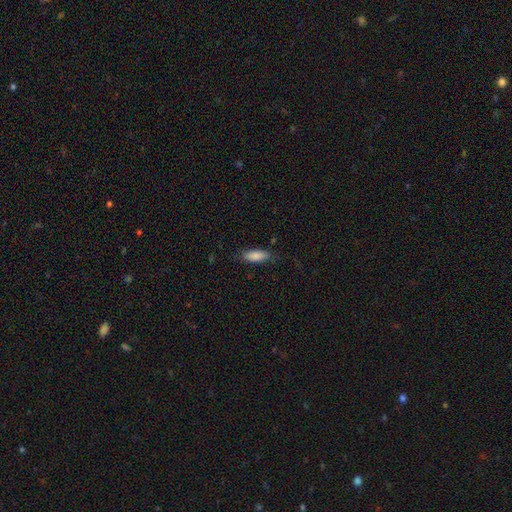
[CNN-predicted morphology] Overall: smooth (86%). How rounded: in between (70%). Merging: none (79%).